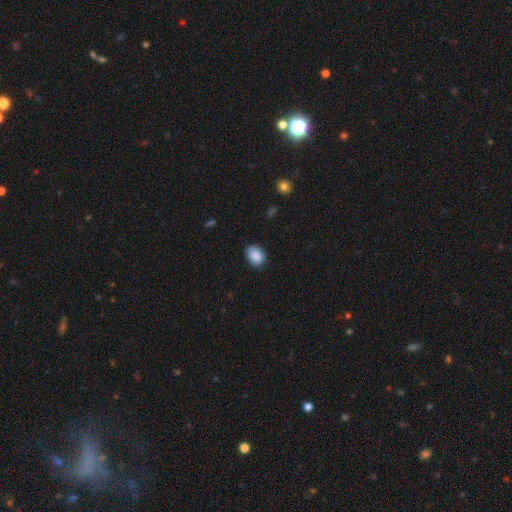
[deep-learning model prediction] smooth_or_featured: smooth (p=0.88) [alt: star or artifact p=0.07]
how_rounded: in between (p=0.59) [alt: round p=0.40]
merging: none (p=0.81) [alt: minor disturbance p=0.15]